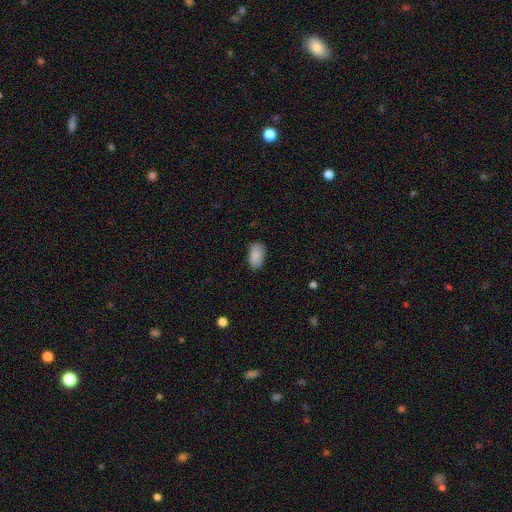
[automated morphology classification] smooth-or-featured: smooth: 89% | star or artifact: 7% | featured or disk: 4%
  how-rounded: in between: 94% | round: 4% | cigar-shaped: 2%
  merging: none: 81% | minor disturbance: 15% | major disturbance: 3% | merger: 1%